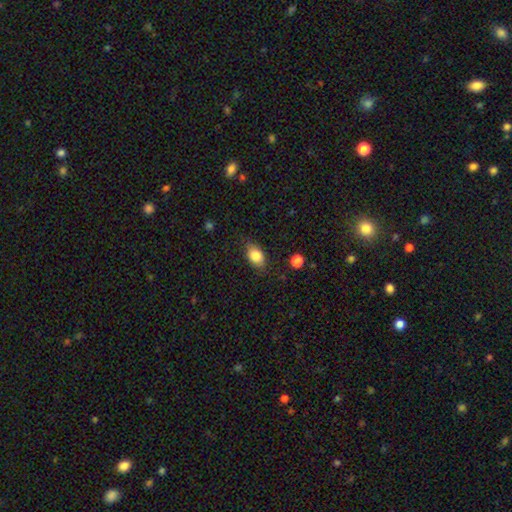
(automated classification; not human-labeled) Smooth or featured?
  - smooth: 84% *
  - featured or disk: 8%
  - star or artifact: 8%
How rounded?
  - in between: 84% *
  - round: 14%
  - cigar-shaped: 2%
Merging?
  - none: 80% *
  - minor disturbance: 15%
  - major disturbance: 4%
  - merger: 1%